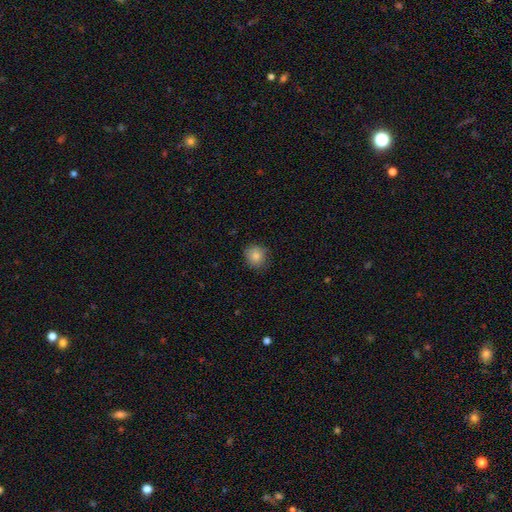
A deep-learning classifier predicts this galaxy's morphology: Smooth or featured: smooth — 84% (star or artifact — 10%)
How rounded: round — 84% (in between — 15%)
Merging: none — 84% (minor disturbance — 13%)